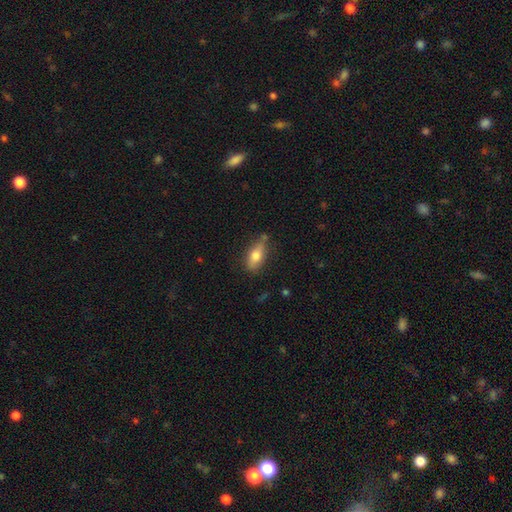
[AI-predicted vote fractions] Smooth or featured? Predicted: smooth (p=0.71). How rounded? Predicted: in between (p=0.76). Merging? Predicted: none (p=0.66).